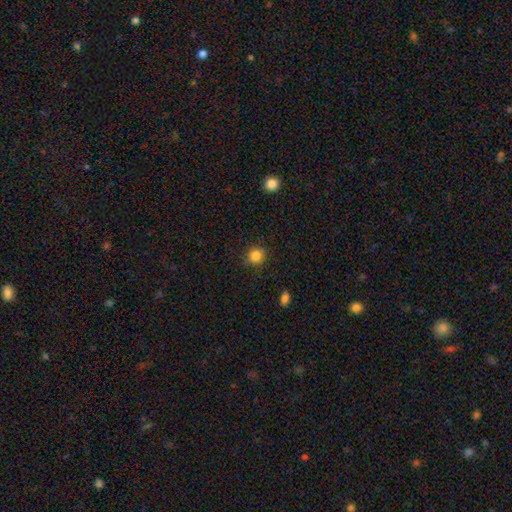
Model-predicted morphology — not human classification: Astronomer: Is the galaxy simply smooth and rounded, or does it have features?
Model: smooth — 85%.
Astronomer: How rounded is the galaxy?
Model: round — 89%.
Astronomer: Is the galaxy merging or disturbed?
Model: none — 82%.